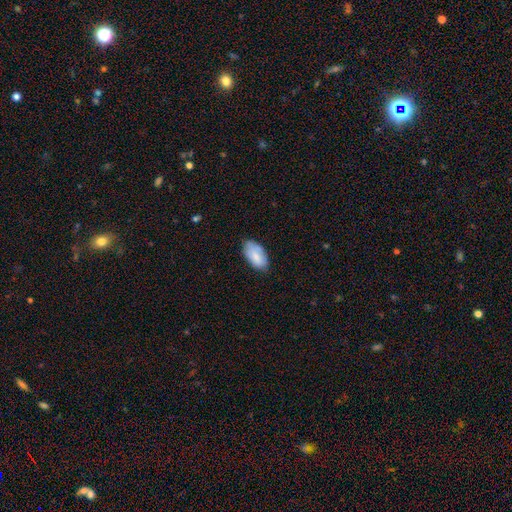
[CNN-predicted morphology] Overall: smooth (82%). How rounded: in between (95%). Merging: none (70%).